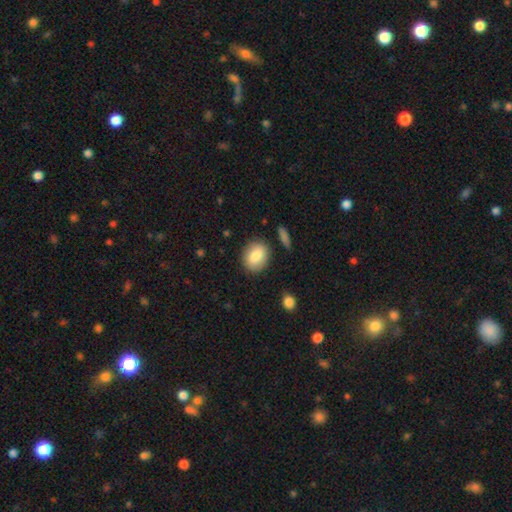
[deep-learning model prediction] smooth-or-featured: smooth: 83% | featured or disk: 10% | star or artifact: 7%
  how-rounded: in between: 52% | round: 46% | cigar-shaped: 1%
  merging: none: 84% | minor disturbance: 11% | major disturbance: 3% | merger: 2%